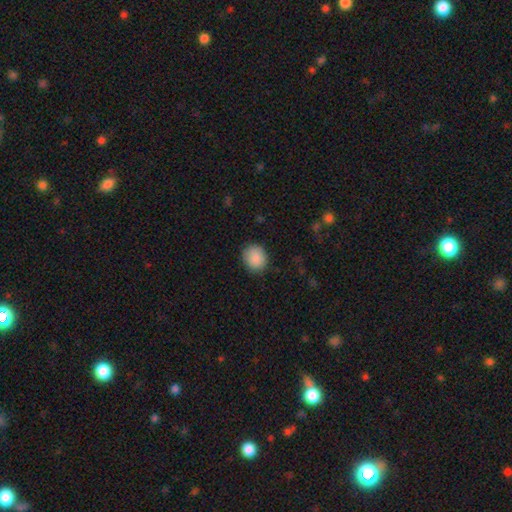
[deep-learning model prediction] Smooth or featured: smooth — 89% (star or artifact — 7%)
How rounded: round — 70% (in between — 30%)
Merging: none — 86% (minor disturbance — 11%)